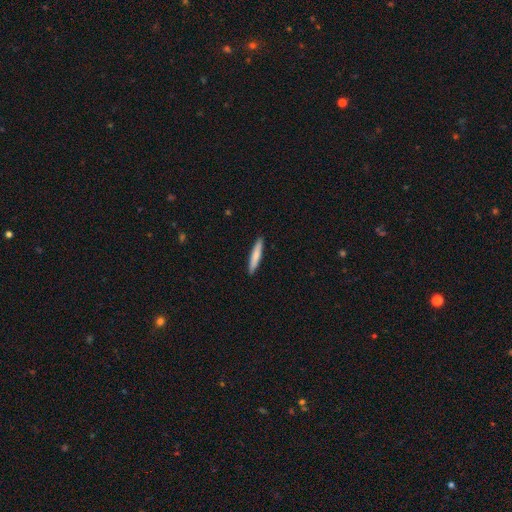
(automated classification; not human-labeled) Smooth or featured: smooth — 79% (featured or disk — 16%)
How rounded: cigar-shaped — 93% (in between — 6%)
Merging: none — 92% (minor disturbance — 6%)